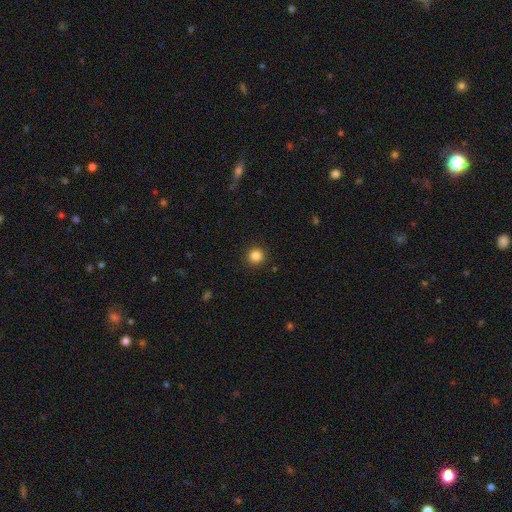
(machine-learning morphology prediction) Q: Smooth or featured?
A: smooth (84%); runner-up: star or artifact (12%)
Q: How rounded?
A: round (95%); runner-up: in between (4%)
Q: Merging?
A: none (92%); runner-up: minor disturbance (5%)